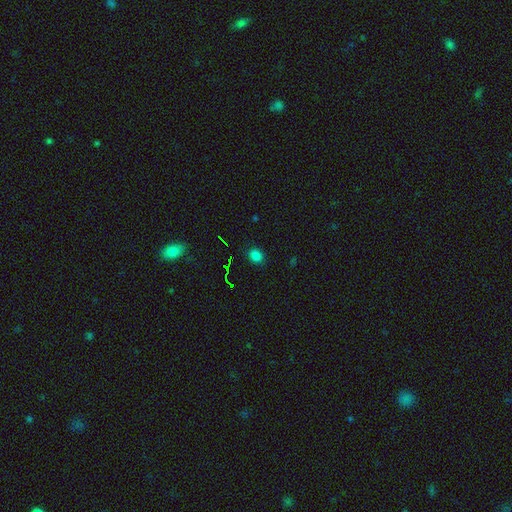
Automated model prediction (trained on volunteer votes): This is likely a smooth galaxy (76%). How rounded: possibly round (58%). Merging: clearly none (86%).